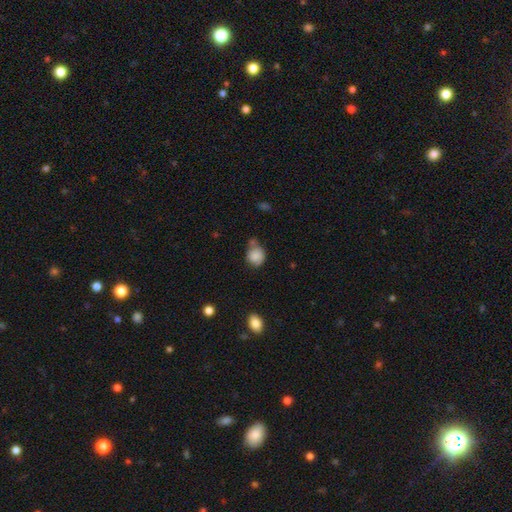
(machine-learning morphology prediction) type=smooth (84%); roundness=round (74%); merging=none (53%).